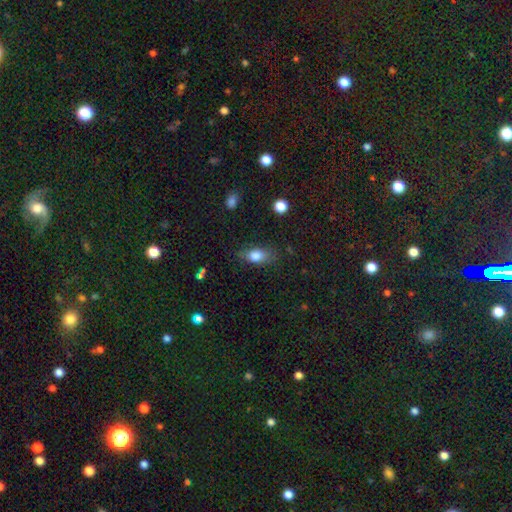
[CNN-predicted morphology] type=smooth (79%); roundness=in between (82%); merging=none (74%).